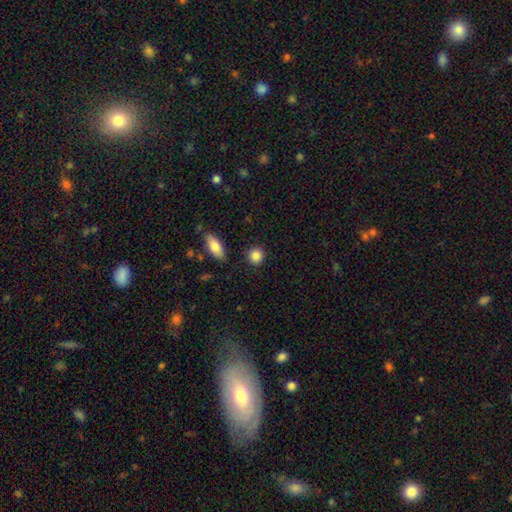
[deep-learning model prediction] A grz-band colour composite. It shows a smooth galaxy with no disk features (87%) that is round (86%). Merging: none (88%).